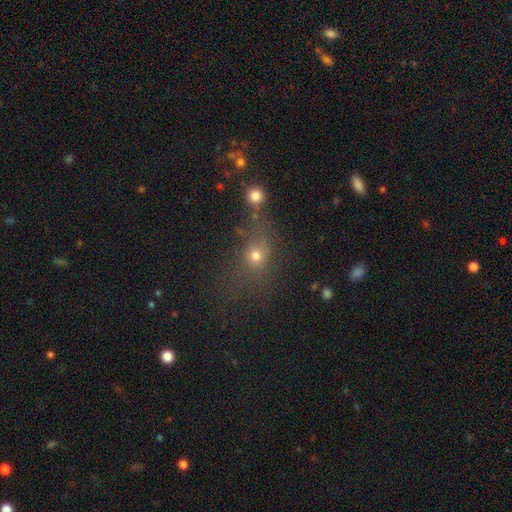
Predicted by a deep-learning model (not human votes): This appears to be a smooth galaxy with no disk features (65%) that is round (67%). Merging: none (52%).